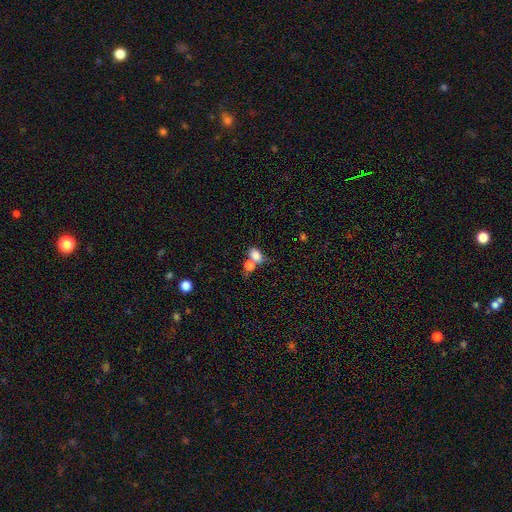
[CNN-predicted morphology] This is likely a smooth galaxy (79%). How rounded: likely in between (78%). Merging: possibly merger (51%).